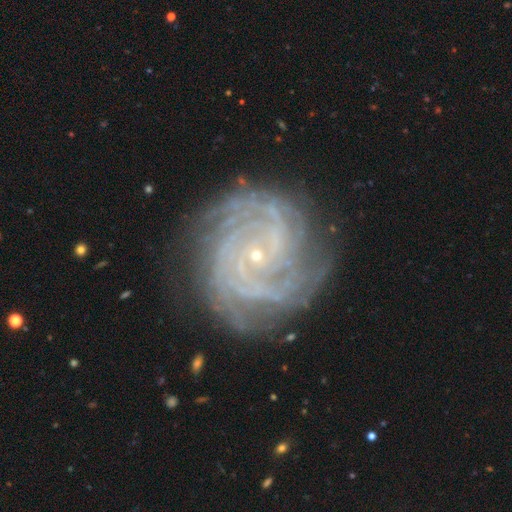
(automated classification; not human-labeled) Smooth or featured?
  - featured or disk: 88% *
  - star or artifact: 7%
  - smooth: 5%
Edge-on disk?
  - no: 97% *
  - yes: 3%
Bar?
  - no: 71% *
  - weak: 21%
  - strong: 8%
Spiral arms?
  - yes: 98% *
  - no: 2%
Spiral winding?
  - tight: 72% *
  - medium: 23%
  - loose: 4%
Spiral arm count?
  - can't tell: 23% *
  - 4: 20%
  - 3: 17%
  - 2: 17%
  - more than 4: 15%
  - 1: 9%
Bulge size?
  - small: 88% *
  - moderate: 8%
  - none: 2%
  - large: 1%
  - dominant: 1%
Merging?
  - none: 78% *
  - minor disturbance: 14%
  - major disturbance: 6%
  - merger: 1%